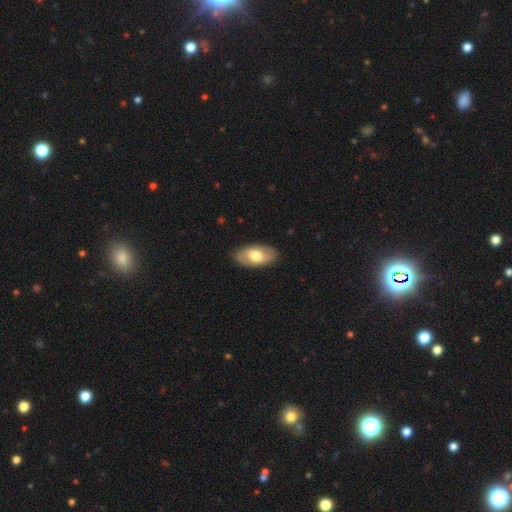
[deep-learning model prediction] Smooth or featured?
  - smooth: 67% *
  - featured or disk: 28%
  - star or artifact: 5%
How rounded?
  - in between: 94% *
  - round: 3%
  - cigar-shaped: 3%
Merging?
  - none: 87% *
  - minor disturbance: 9%
  - major disturbance: 2%
  - merger: 1%